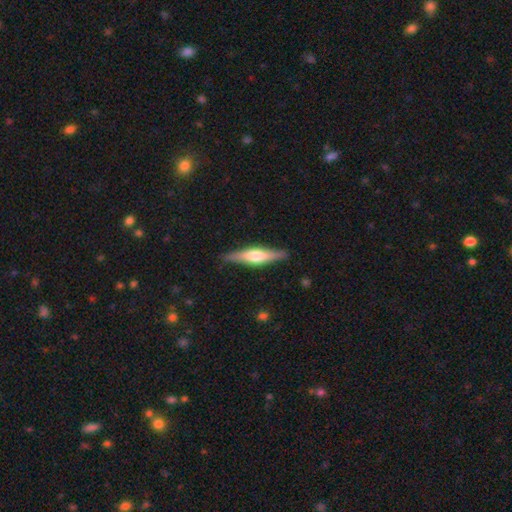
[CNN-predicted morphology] A featured or disk galaxy (61%) viewed edge-on (96%) with a rounded central bulge (84%).

Vote fractions:
- Smooth or featured? featured or disk: 61% / smooth: 34% / star or artifact: 5%
- Edge-on disk? yes: 96% / no: 4%
- Edge-on bulge? rounded: 84% / boxy: 11% / none: 5%
- Merging? none: 88% / minor disturbance: 9% / major disturbance: 2% / merger: 1%